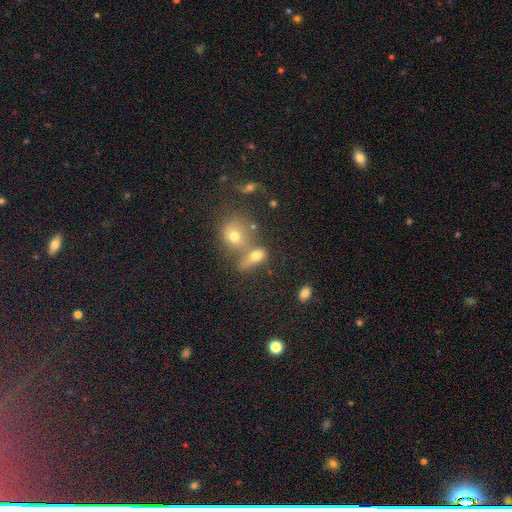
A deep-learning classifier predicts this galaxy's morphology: smooth-or-featured: smooth: 68% | star or artifact: 17% | featured or disk: 16%
  how-rounded: in between: 60% | round: 31% | cigar-shaped: 8%
  merging: merger: 45% | none: 35% | minor disturbance: 11% | major disturbance: 9%